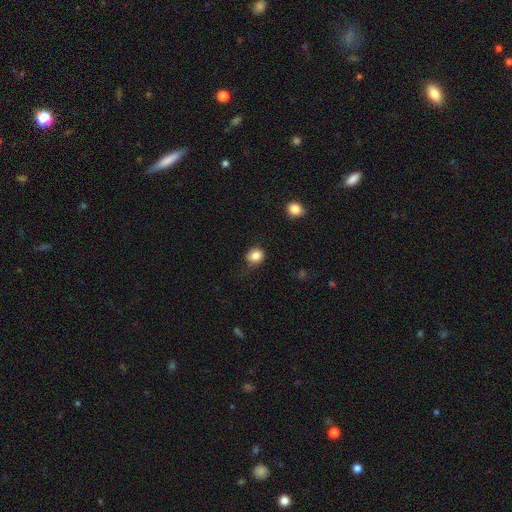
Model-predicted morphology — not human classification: A smooth galaxy with no disk features (83%) that is round (81%). Merging: none (69%).